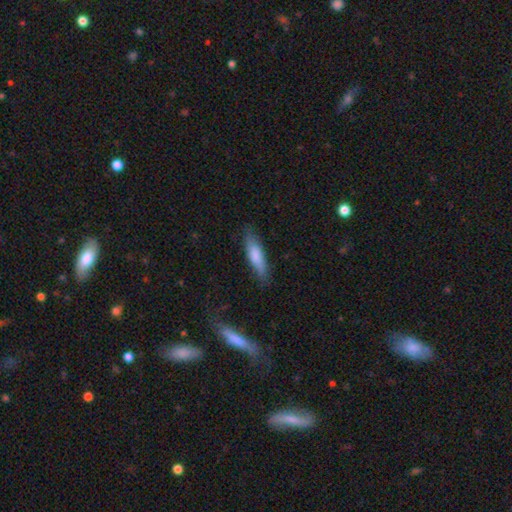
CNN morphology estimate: Overall: smooth (77%). How rounded: cigar-shaped (64%; in between 34%). Merging: none (79%).